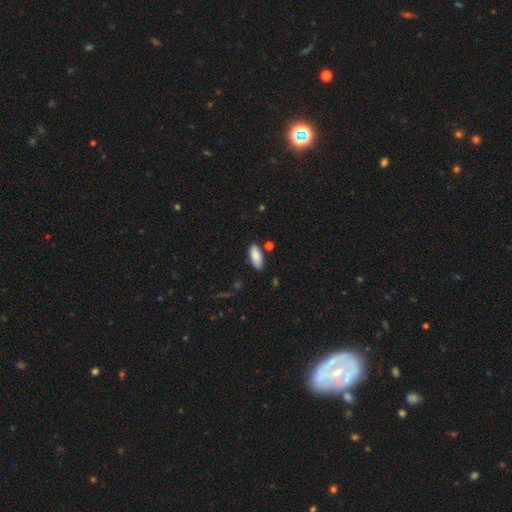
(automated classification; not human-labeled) This appears to be a smooth galaxy with no disk features (86%) that is in between round and cigar-shaped (87%). Merging: none (80%).